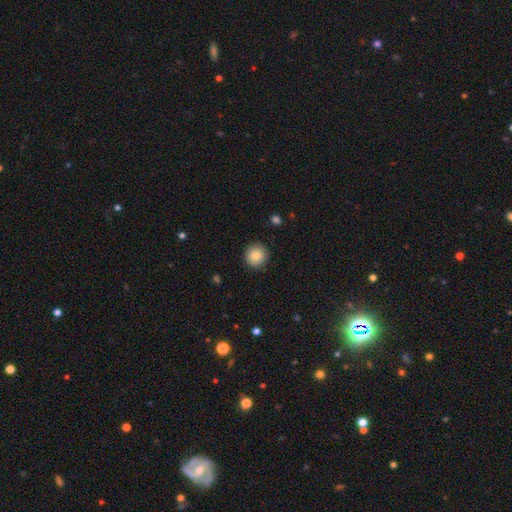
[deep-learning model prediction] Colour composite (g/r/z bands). It shows a smooth galaxy with no disk features (86%) that is round (93%). Merging: none (91%).